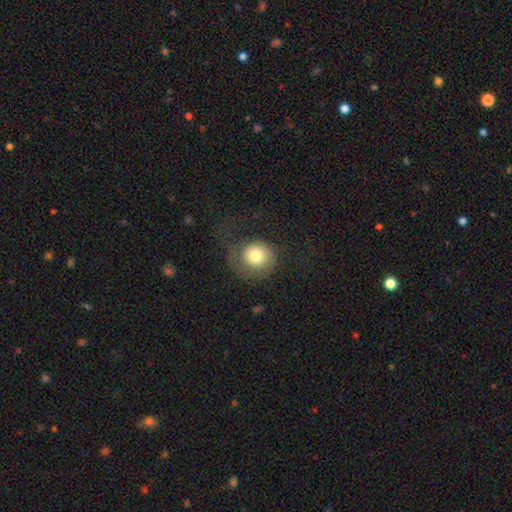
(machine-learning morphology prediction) This is likely a smooth galaxy (71%). How rounded: clearly round (86%). Merging: possibly none (46%).